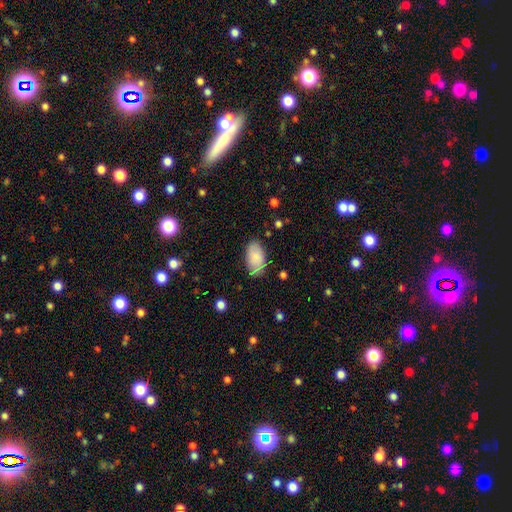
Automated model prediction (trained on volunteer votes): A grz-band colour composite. It shows a smooth galaxy with no disk features (76%) that is in between round and cigar-shaped (94%). Merging: none (71%).